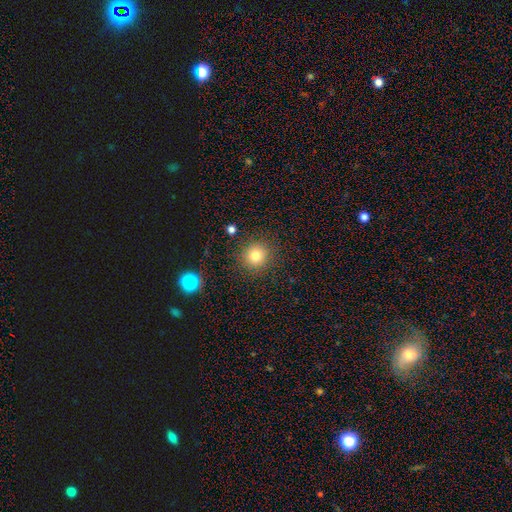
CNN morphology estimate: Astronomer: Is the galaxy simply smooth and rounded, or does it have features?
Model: smooth — 79%.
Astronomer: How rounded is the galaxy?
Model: round — 93%.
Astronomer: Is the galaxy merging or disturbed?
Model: none — 88%.